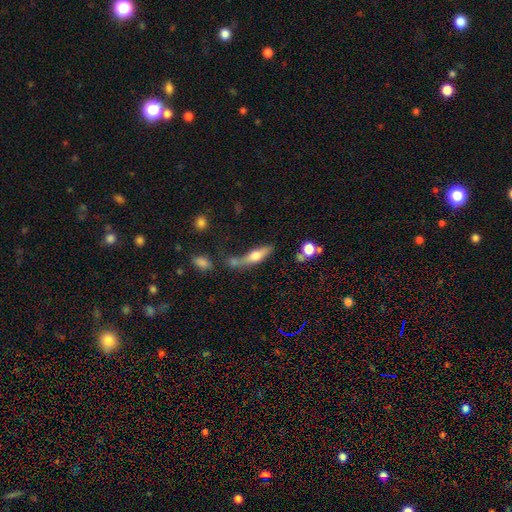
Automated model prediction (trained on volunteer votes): Morphology: type=smooth (47%); merging=none (47%).